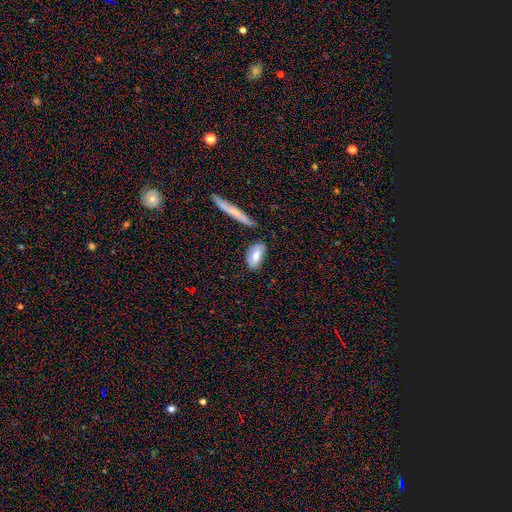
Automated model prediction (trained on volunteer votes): This is likely a smooth galaxy (67%). How rounded: clearly in between (88%). Merging: likely none (63%).